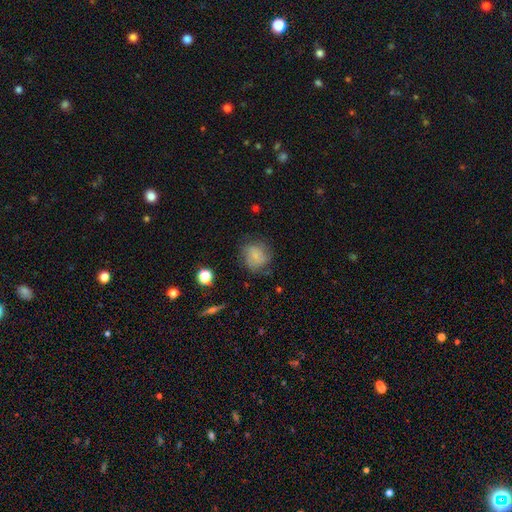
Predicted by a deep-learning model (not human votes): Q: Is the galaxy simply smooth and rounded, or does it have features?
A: smooth — 67%.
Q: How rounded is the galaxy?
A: round — 78%.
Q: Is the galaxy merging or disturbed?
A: none — 62%.